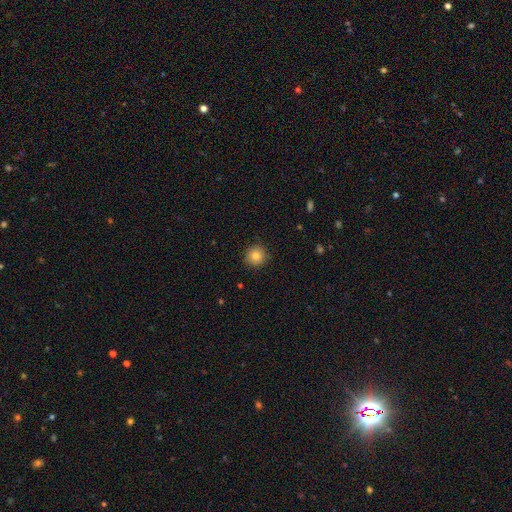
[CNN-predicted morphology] Smooth or featured?
  - smooth: 83% *
  - star or artifact: 10%
  - featured or disk: 7%
How rounded?
  - round: 93% *
  - in between: 6%
  - cigar-shaped: 1%
Merging?
  - none: 90% *
  - minor disturbance: 8%
  - major disturbance: 2%
  - merger: 1%